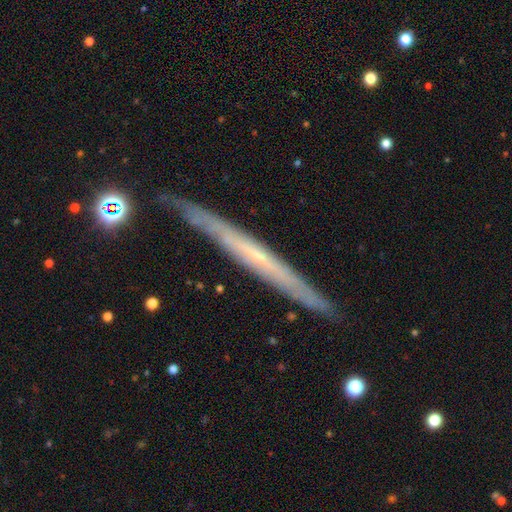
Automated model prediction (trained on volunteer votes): This is likely a featured or disk galaxy (69%). It is clearly viewed edge-on (92%). Edge-on bulge: likely none (79%). Merging: clearly none (85%).